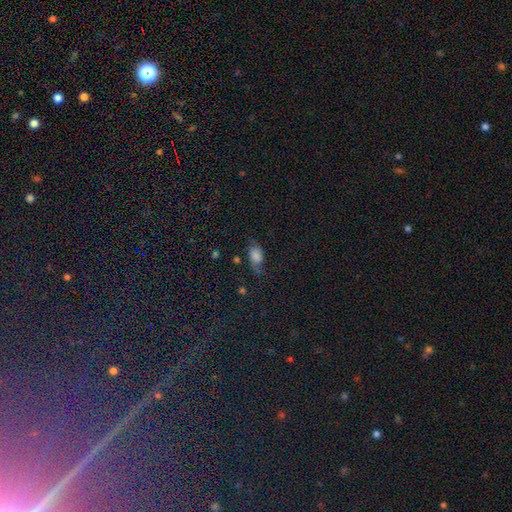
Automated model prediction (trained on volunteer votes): Smooth or featured?
  - smooth: 61% *
  - featured or disk: 24%
  - star or artifact: 16%
How rounded?
  - in between: 85% *
  - round: 12%
  - cigar-shaped: 3%
Merging?
  - none: 49% *
  - minor disturbance: 29%
  - major disturbance: 19%
  - merger: 3%